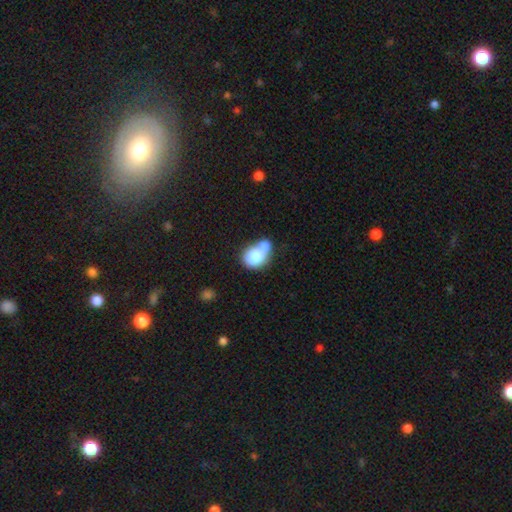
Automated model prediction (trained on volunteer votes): The model was most divided on "how rounded": in between: 55%, round: 43%, cigar-shaped: 1%. More confident: smooth or featured — smooth (75%); merging — merger (60%).